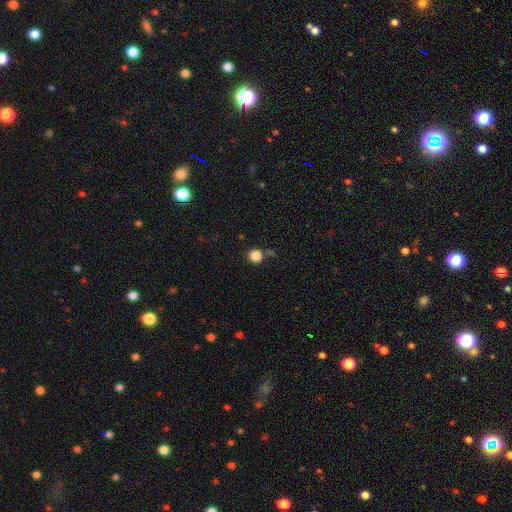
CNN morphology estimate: Smooth or featured? smooth (86%)
How rounded? round (86%)
Merging? none (78%)